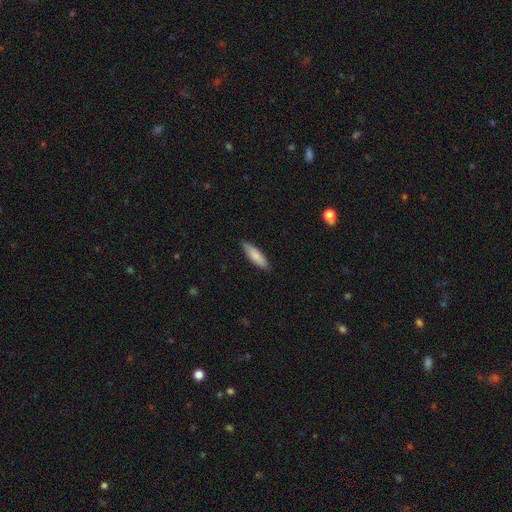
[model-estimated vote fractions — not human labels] A smooth galaxy with no disk features (85%) that is cigar-shaped (56%). Merging: none (87%).